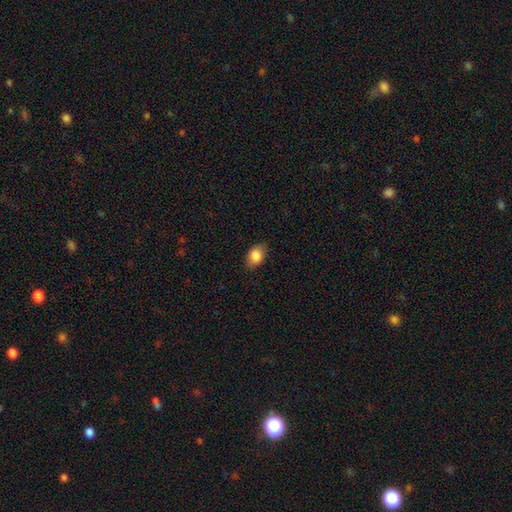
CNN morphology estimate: Smooth or featured? smooth (85%)
How rounded? in between (81%)
Merging? none (83%)